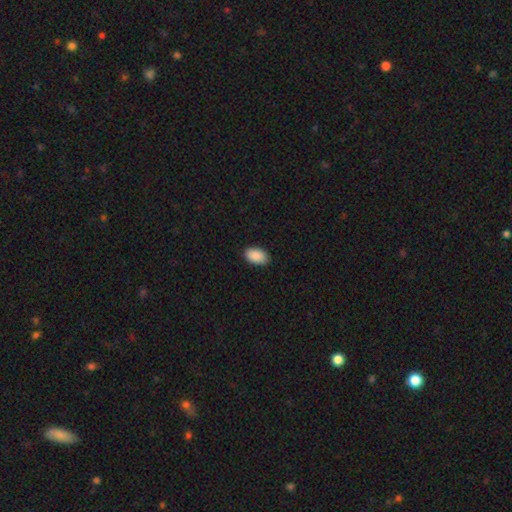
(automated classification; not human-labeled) Smooth or featured: smooth — 90% (star or artifact — 7%)
How rounded: in between — 94% (round — 5%)
Merging: none — 87% (minor disturbance — 10%)